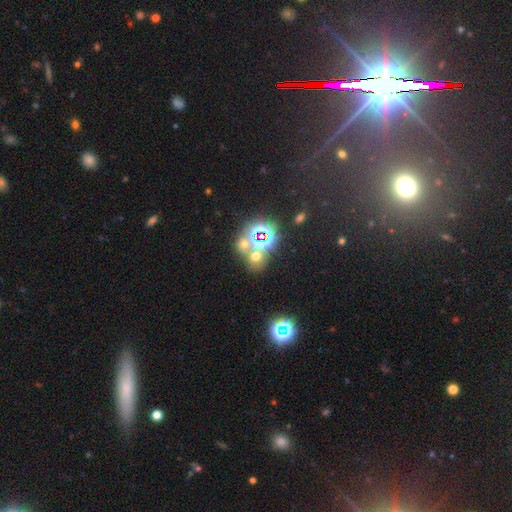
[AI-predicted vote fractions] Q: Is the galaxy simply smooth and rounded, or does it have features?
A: smooth — 45%.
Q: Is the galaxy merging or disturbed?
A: none — 48%.